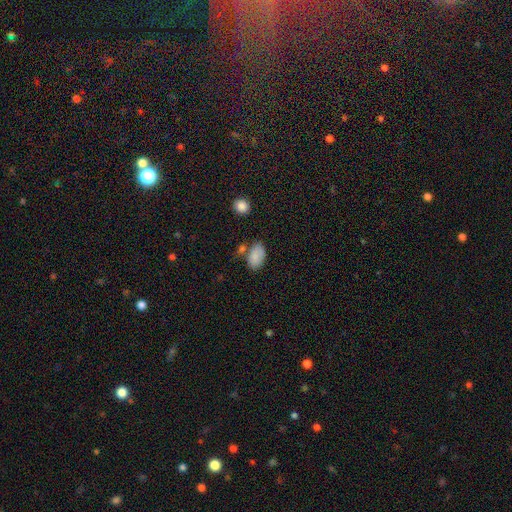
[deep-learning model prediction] Overall: smooth (83%). How rounded: in between (92%). Merging: none (60%; minor disturbance 22%).